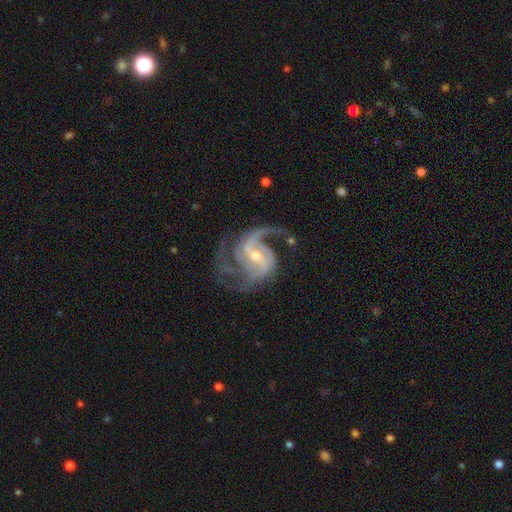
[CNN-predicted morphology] smooth-or-featured: featured or disk: 93% | star or artifact: 4% | smooth: 3%
  disk-edge-on: no: 98% | yes: 2%
    bar: weak: 46% | strong: 32% | no: 21%
    has-spiral-arms: yes: 98% | no: 2%
      spiral-winding: medium: 57% | loose: 22% | tight: 21%
      spiral-arm-count: 3: 37% | 2: 36% | can't tell: 8% | 4: 8% | 1: 6% | more than 4: 5%
    bulge-size: small: 51% | moderate: 45% | large: 2% | none: 1% | dominant: 1%
  merging: none: 63% | major disturbance: 18% | minor disturbance: 17% | merger: 2%